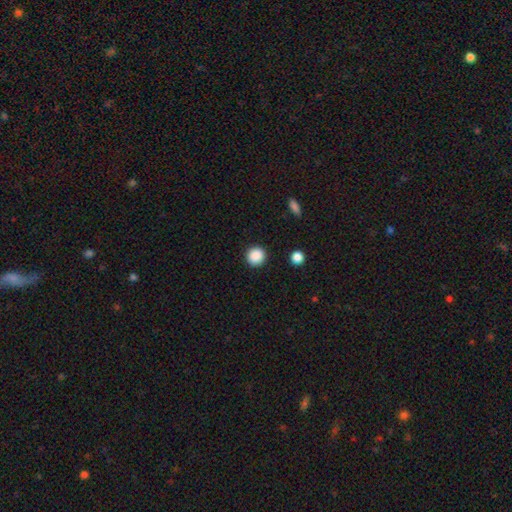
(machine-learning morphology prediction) Q: Smooth or featured?
A: smooth (88%); runner-up: star or artifact (10%)
Q: How rounded?
A: round (93%); runner-up: in between (6%)
Q: Merging?
A: none (91%); runner-up: minor disturbance (5%)